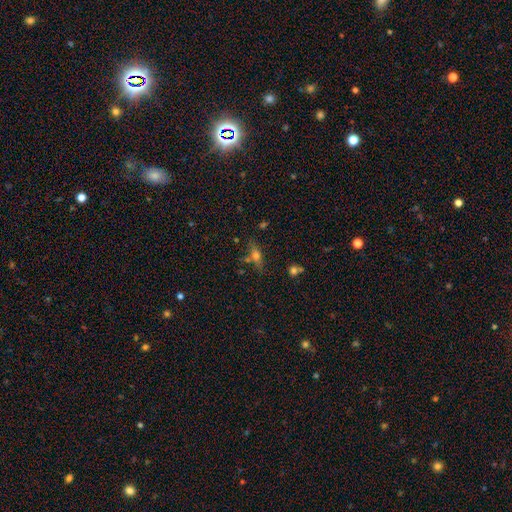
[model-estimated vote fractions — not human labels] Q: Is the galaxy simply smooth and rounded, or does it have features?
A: featured or disk — 46%.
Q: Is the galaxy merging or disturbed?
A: none — 73%.